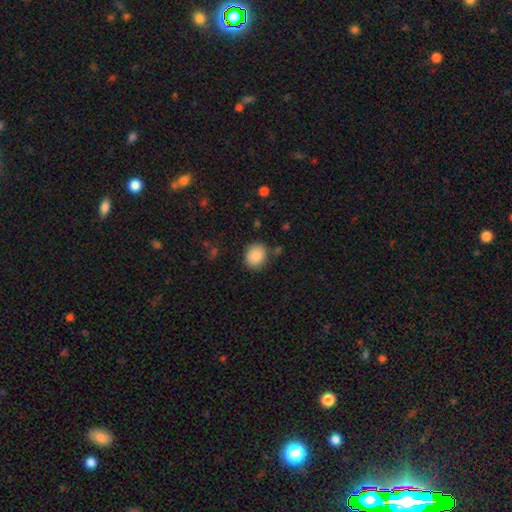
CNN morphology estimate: smooth 87%, star or artifact 8%, featured or disk 4%. Down the decision tree: how rounded — round (70%); merging — none (82%).